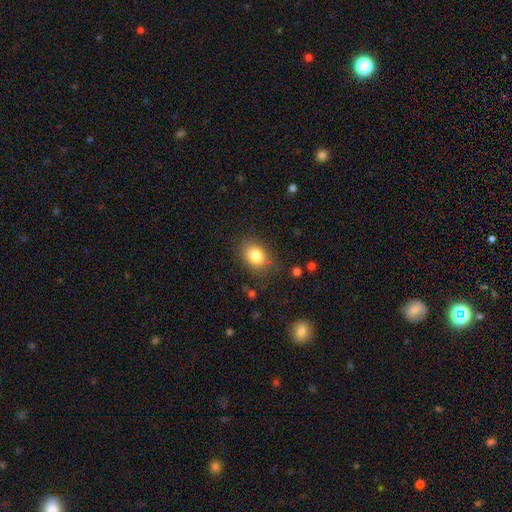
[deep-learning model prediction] Smooth or featured? Predicted: smooth (p=0.83). How rounded? Predicted: in between (p=0.69). Merging? Predicted: none (p=0.81).